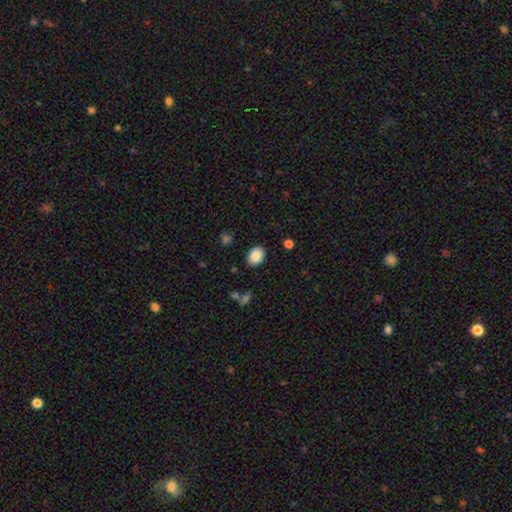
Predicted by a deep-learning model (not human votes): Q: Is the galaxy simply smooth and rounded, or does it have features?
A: smooth — 88%.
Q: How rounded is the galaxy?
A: in between — 76%.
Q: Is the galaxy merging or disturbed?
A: none — 87%.